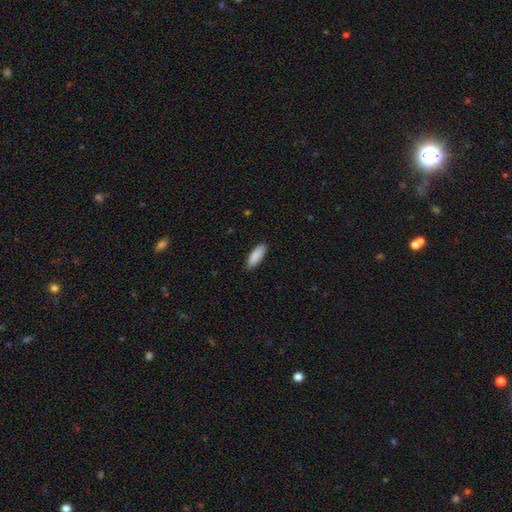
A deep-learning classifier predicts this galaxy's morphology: This appears to be a smooth galaxy with no disk features (89%) that is in between round and cigar-shaped (59%). Merging: none (87%).